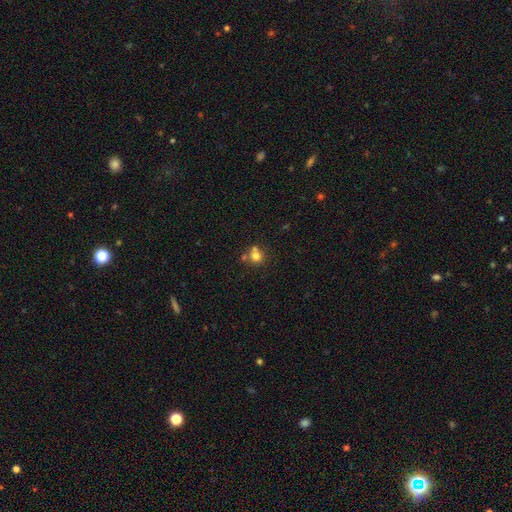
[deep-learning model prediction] smooth-or-featured: smooth: 74% | star or artifact: 13% | featured or disk: 13%
  how-rounded: round: 80% | in between: 19% | cigar-shaped: 1%
  merging: none: 48% | merger: 38% | minor disturbance: 10% | major disturbance: 4%